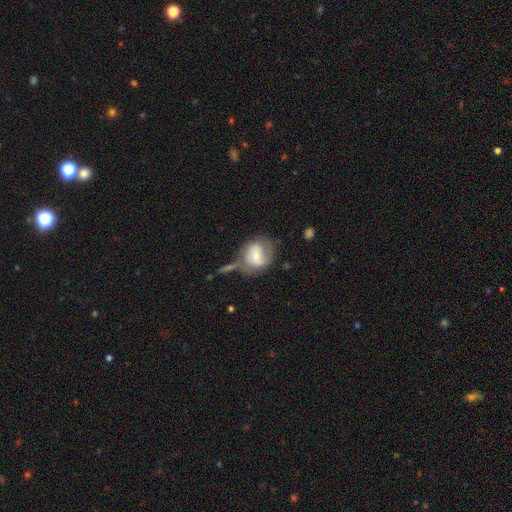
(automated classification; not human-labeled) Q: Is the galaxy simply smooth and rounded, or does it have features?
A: featured or disk — 51%.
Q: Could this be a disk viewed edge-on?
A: no — 96%.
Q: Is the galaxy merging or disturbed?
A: none — 43%.